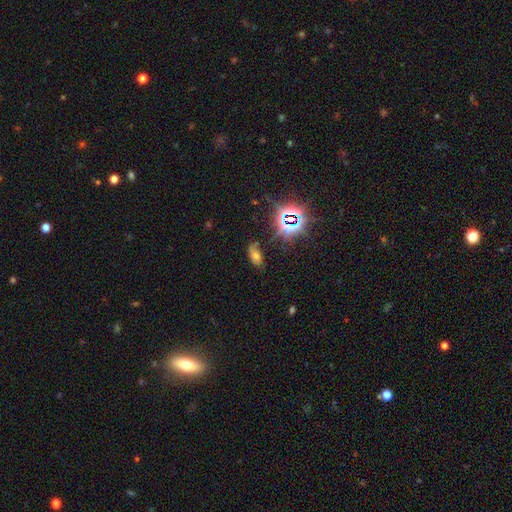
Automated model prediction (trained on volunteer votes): This appears to be a star or artifact, not a galaxy (40%).